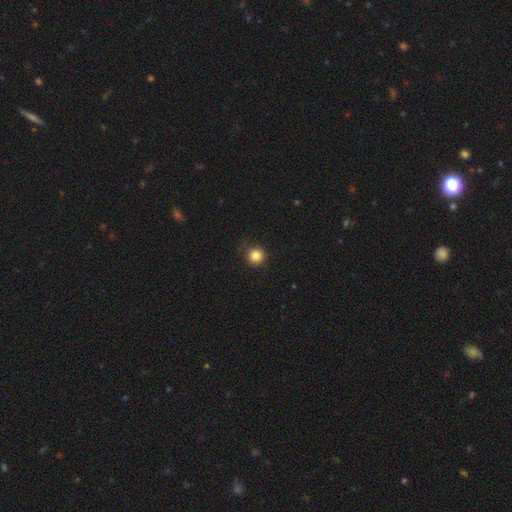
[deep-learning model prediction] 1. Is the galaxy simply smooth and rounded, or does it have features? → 85% smooth, 11% star or artifact, 4% featured or disk.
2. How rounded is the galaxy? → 95% round, 4% in between, 1% cigar-shaped.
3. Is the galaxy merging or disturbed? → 88% none, 8% minor disturbance, 2% major disturbance, 1% merger.